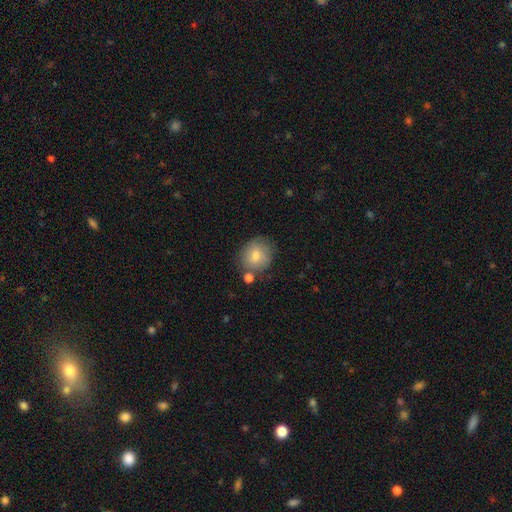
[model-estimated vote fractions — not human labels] Smooth or featured?
  - smooth: 75% *
  - featured or disk: 15%
  - star or artifact: 10%
How rounded?
  - round: 69% *
  - in between: 30%
  - cigar-shaped: 1%
Merging?
  - none: 71% *
  - minor disturbance: 15%
  - merger: 9%
  - major disturbance: 4%